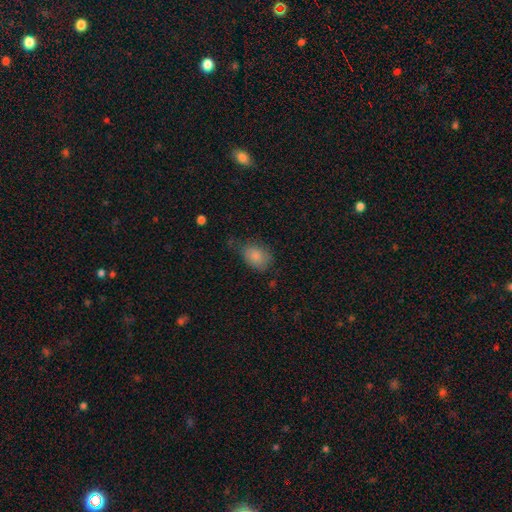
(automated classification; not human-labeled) smooth 84%, star or artifact 8%, featured or disk 8%. Down the decision tree: how rounded — in between (74%); merging — none (59%).